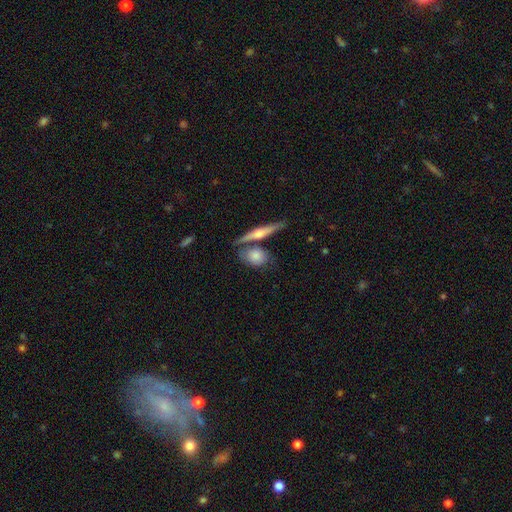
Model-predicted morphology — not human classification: A smooth galaxy with no disk features (71%) that is in between round and cigar-shaped (56%). Merging: none (57%).